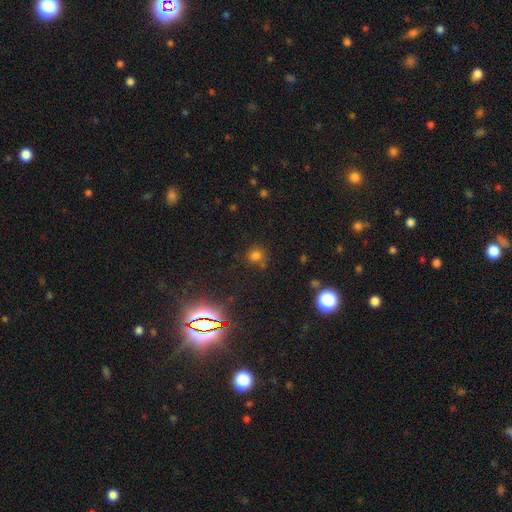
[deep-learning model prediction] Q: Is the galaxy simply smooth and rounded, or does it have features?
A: smooth — 68%.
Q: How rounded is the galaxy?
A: round — 86%.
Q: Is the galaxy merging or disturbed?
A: none — 71%.